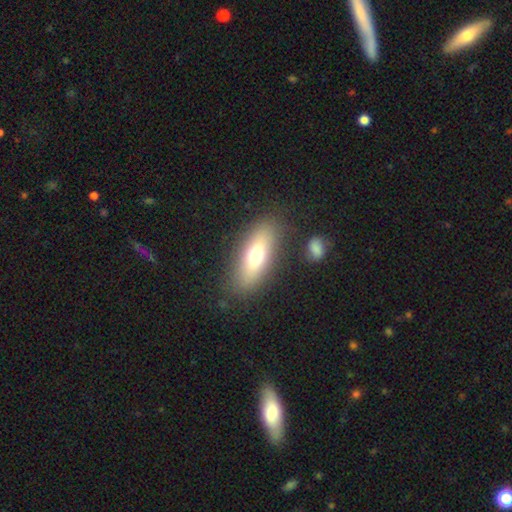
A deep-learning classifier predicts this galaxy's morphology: Smooth or featured? Predicted: smooth (p=0.67). How rounded? Predicted: in between (p=0.65). Merging? Predicted: none (p=0.81).